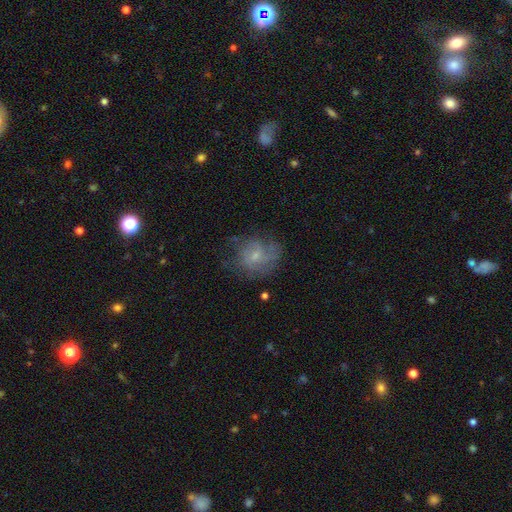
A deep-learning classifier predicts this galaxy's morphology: smooth_or_featured: featured or disk (p=0.54) [alt: smooth p=0.36]
disk_edge_on: no (p=0.97) [alt: yes p=0.03]
bar: no (p=0.72) [alt: weak p=0.25]
has_spiral_arms: yes (p=0.68) [alt: no p=0.32]
bulge_size: small (p=0.66) [alt: moderate p=0.26]
merging: none (p=0.57) [alt: minor disturbance p=0.23]